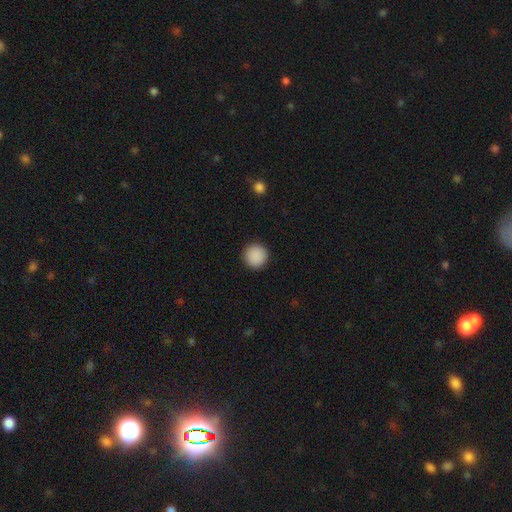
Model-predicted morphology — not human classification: The model was most divided on "smooth or featured": smooth: 90%, star or artifact: 8%, featured or disk: 2%. More confident: how rounded — round (96%); merging — none (93%).